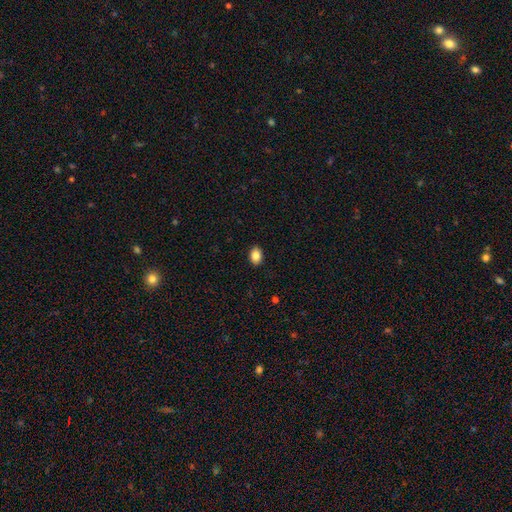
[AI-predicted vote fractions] This is clearly a smooth galaxy (86%). How rounded: likely in between (79%). Merging: clearly none (90%).